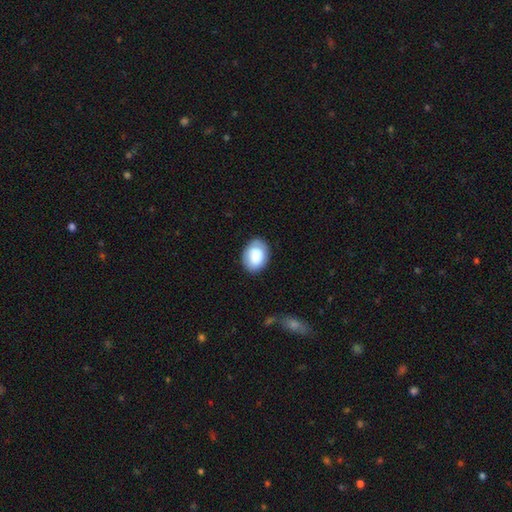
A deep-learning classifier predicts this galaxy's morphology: smooth_or_featured: smooth (p=0.83) [alt: featured or disk p=0.10]
how_rounded: in between (p=0.73) [alt: round p=0.26]
merging: none (p=0.77) [alt: minor disturbance p=0.17]